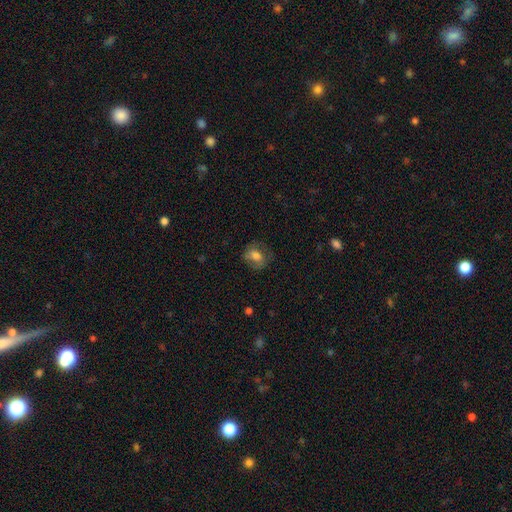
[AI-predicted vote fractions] smooth_or_featured: smooth (p=0.68) [alt: featured or disk p=0.22]
how_rounded: in between (p=0.51) [alt: round p=0.48]
merging: none (p=0.67) [alt: minor disturbance p=0.20]